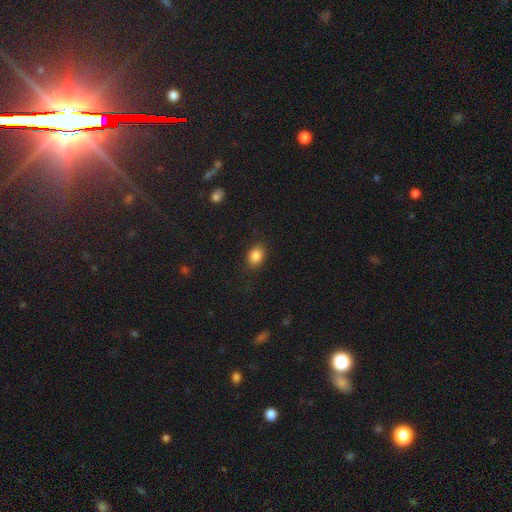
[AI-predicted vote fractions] Overall: smooth (85%). How rounded: in between (63%; round 35%). Merging: none (85%).